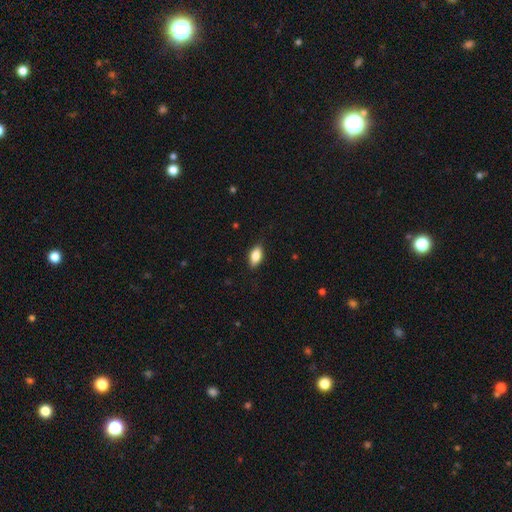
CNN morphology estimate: smooth-or-featured: smooth: 82% | featured or disk: 11% | star or artifact: 7%
  how-rounded: in between: 89% | cigar-shaped: 6% | round: 5%
  merging: none: 84% | minor disturbance: 13% | major disturbance: 3% | merger: 1%